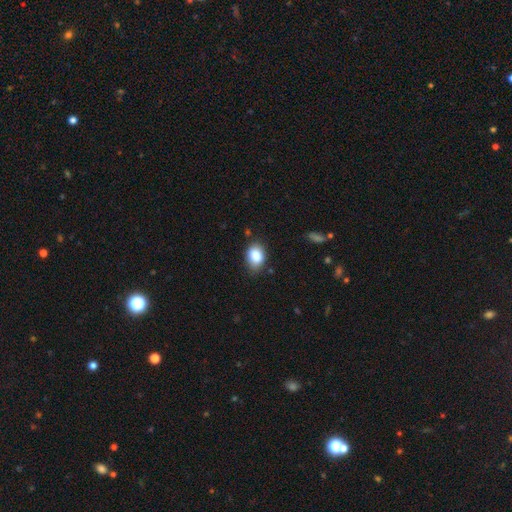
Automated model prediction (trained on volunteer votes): Overall: smooth (86%). How rounded: in between (74%). Merging: none (75%).